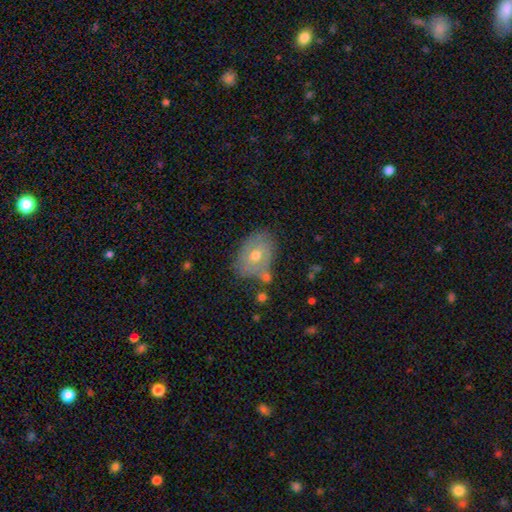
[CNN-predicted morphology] smooth-or-featured: featured or disk: 48% | smooth: 43% | star or artifact: 9%
  merging: none: 57% | minor disturbance: 25% | merger: 9% | major disturbance: 8%